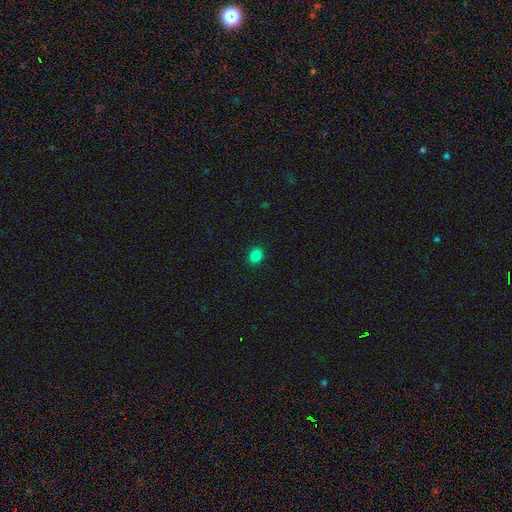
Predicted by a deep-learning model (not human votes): smooth_or_featured: smooth (p=0.84) [alt: star or artifact p=0.13]
how_rounded: round (p=0.63) [alt: in between p=0.36]
merging: none (p=0.91) [alt: minor disturbance p=0.06]